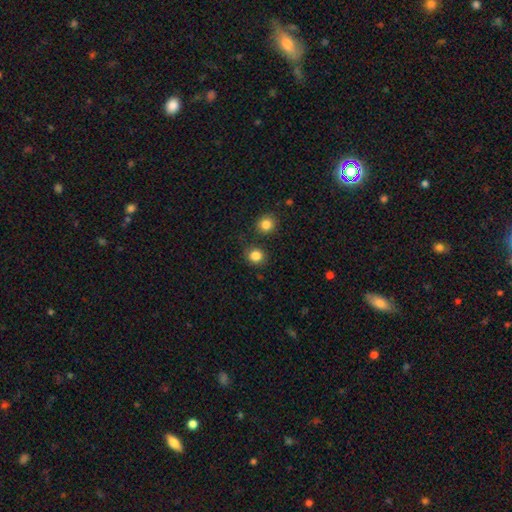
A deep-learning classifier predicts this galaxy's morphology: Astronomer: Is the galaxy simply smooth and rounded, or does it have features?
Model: smooth — 84%.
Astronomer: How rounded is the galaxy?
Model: round — 83%.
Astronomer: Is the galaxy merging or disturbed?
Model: none — 82%.